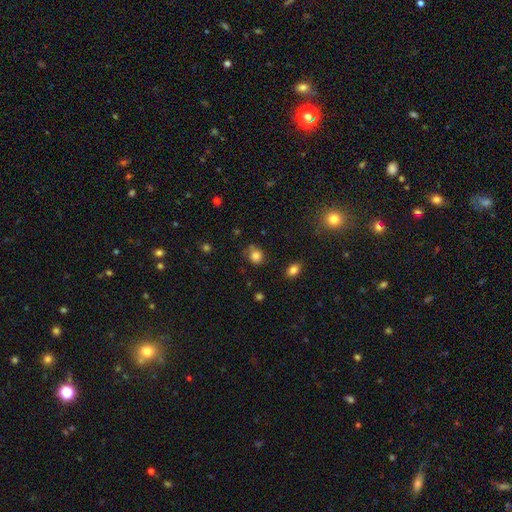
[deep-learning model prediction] This is clearly a smooth galaxy (82%). How rounded: likely round (79%). Merging: likely none (70%).